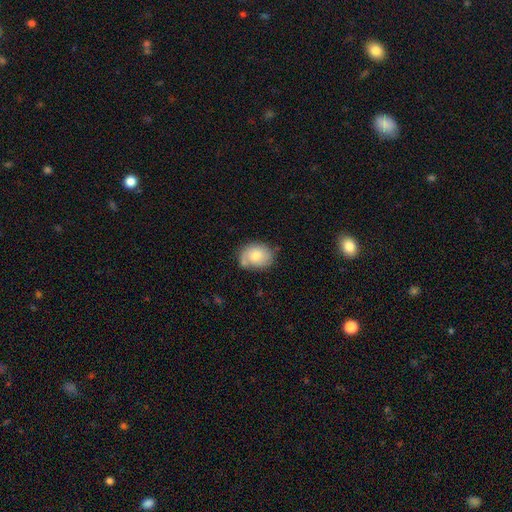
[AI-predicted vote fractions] Smooth or featured? Predicted: smooth (p=0.62). How rounded? Predicted: in between (p=0.58). Merging? Predicted: none (p=0.61).